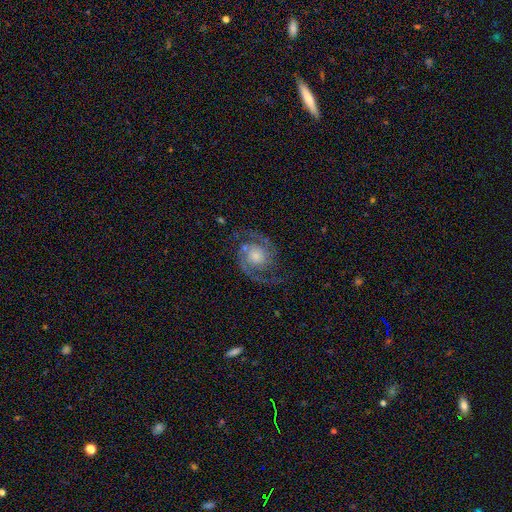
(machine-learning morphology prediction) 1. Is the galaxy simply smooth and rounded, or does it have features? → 90% featured or disk, 5% star or artifact, 5% smooth.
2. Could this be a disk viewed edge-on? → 98% no, 2% yes.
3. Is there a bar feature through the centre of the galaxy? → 72% no, 23% weak, 6% strong.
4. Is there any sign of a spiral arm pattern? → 98% yes, 2% no.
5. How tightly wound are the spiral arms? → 56% medium, 28% tight, 16% loose.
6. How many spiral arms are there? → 94% 2, 2% can't tell, 2% 3, 1% 1, 1% 4, 1% more than 4.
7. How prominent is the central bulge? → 44% moderate, 31% small, 16% large, 6% none, 2% dominant.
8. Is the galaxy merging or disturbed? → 79% none, 13% minor disturbance, 7% major disturbance, 1% merger.